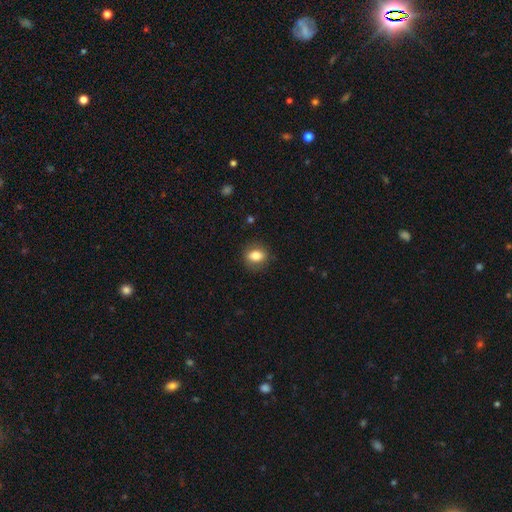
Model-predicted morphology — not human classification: A smooth galaxy with no disk features (81%) that is in between round and cigar-shaped (59%).

Vote fractions:
- Smooth or featured? smooth: 81% / featured or disk: 10% / star or artifact: 9%
- How rounded? in between: 59% / round: 39% / cigar-shaped: 2%
- Merging? none: 84% / minor disturbance: 12% / major disturbance: 3% / merger: 1%